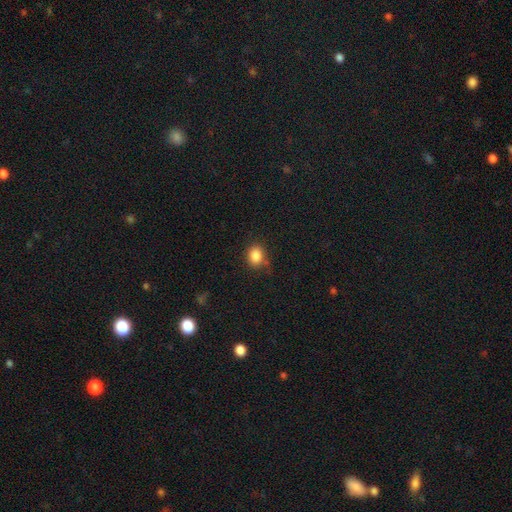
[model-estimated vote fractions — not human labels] Smooth or featured?
  - smooth: 85% *
  - star or artifact: 10%
  - featured or disk: 4%
How rounded?
  - round: 57% *
  - in between: 42%
  - cigar-shaped: 1%
Merging?
  - none: 79% *
  - minor disturbance: 14%
  - major disturbance: 4%
  - merger: 3%